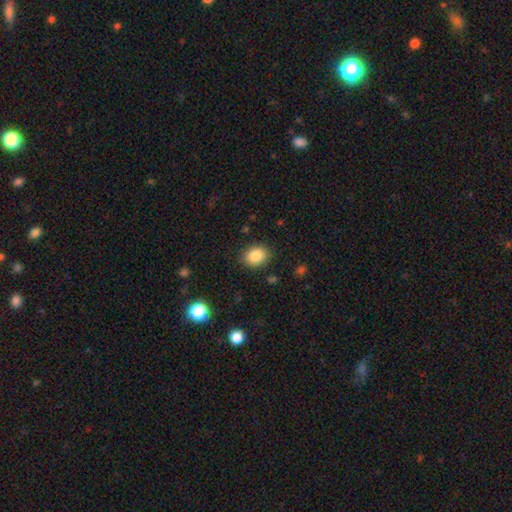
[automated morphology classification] smooth-or-featured: smooth: 86% | star or artifact: 9% | featured or disk: 5%
  how-rounded: in between: 53% | round: 46% | cigar-shaped: 1%
  merging: none: 87% | minor disturbance: 9% | major disturbance: 3% | merger: 1%